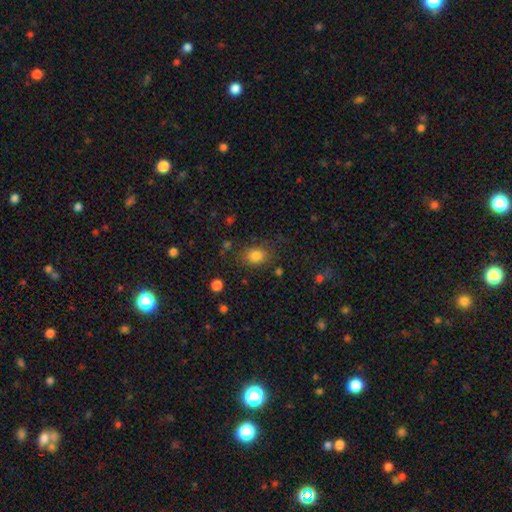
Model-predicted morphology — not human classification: This appears to be a smooth galaxy with no disk features (83%) that is in between round and cigar-shaped (60%). Merging: none (76%).